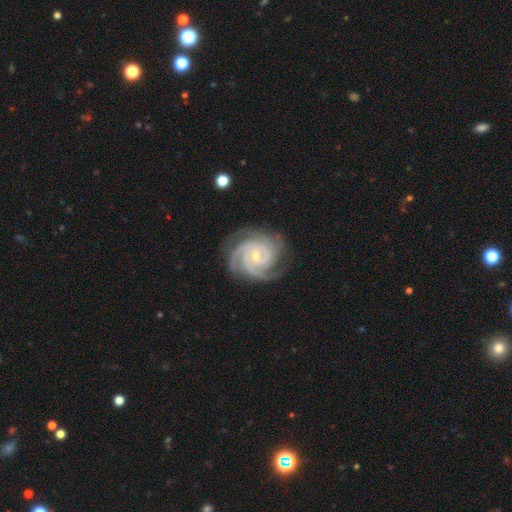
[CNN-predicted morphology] The model was most divided on "bulge size": small: 59%, moderate: 38%, none: 1%, large: 1%, dominant: 1%. More confident: spiral arms — yes (99%); edge-on disk — no (98%); smooth or featured — featured or disk (92%); merging — none (77%); spiral winding — tight (73%); bar — no (57%); spiral arm count — 3 (52%).